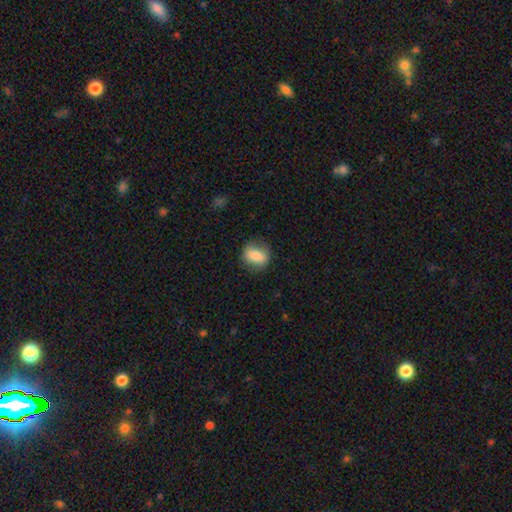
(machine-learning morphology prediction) This appears to be a smooth galaxy with no disk features (77%) that is in between round and cigar-shaped (53%). Merging: none (79%).